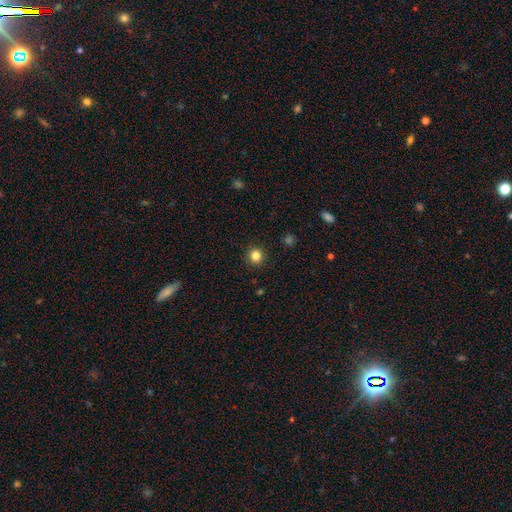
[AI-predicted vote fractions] This is clearly a smooth galaxy (83%). How rounded: clearly round (93%). Merging: clearly none (93%).